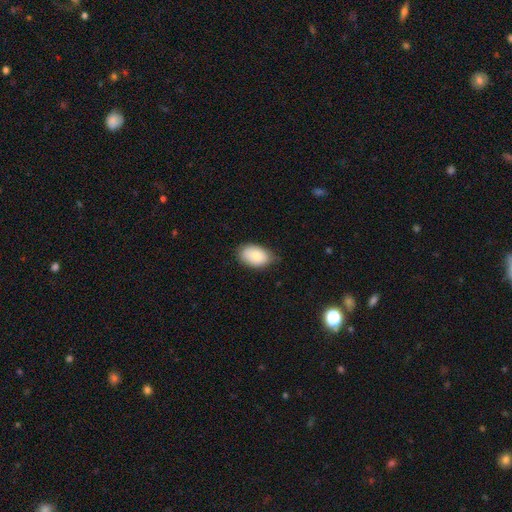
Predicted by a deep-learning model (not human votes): Morphology: type=smooth (82%); roundness=in between (91%); merging=none (73%).